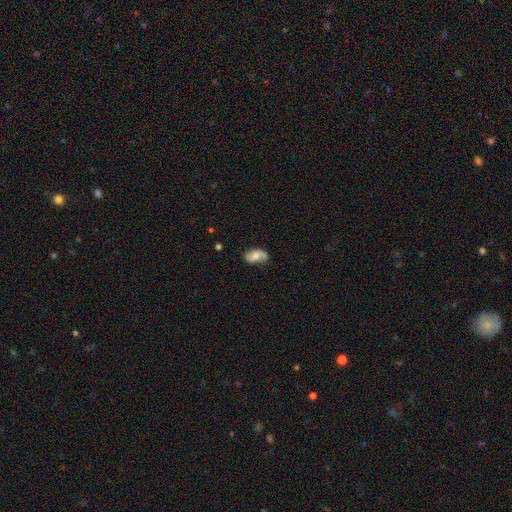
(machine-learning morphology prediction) A featured or disk galaxy (57%) with no bar (63%), spiral arms (87%) and a moderate central bulge (61%). Merging: none (66%).